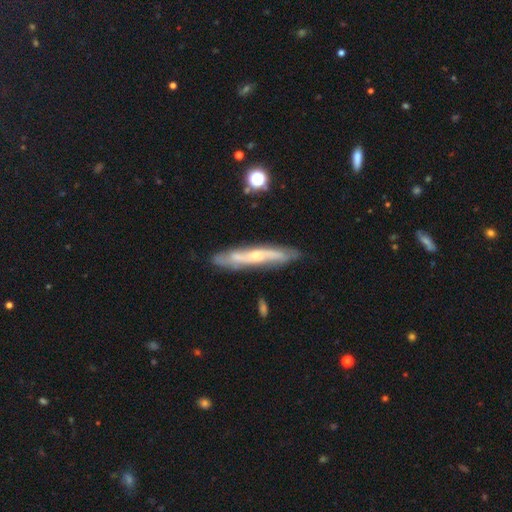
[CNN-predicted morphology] featured or disk 72%, smooth 22%, star or artifact 6%. Down the decision tree: edge-on disk — yes (53%); merging — none (80%).